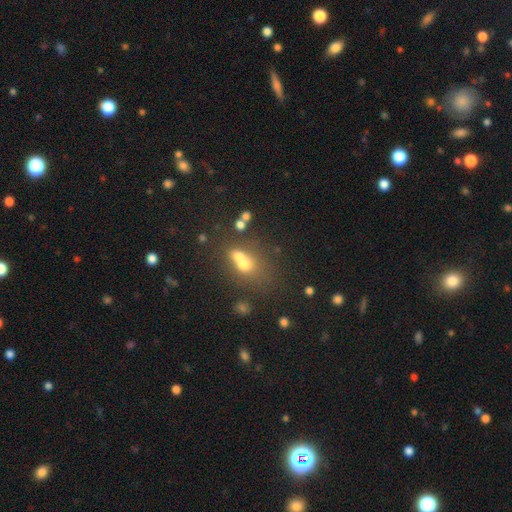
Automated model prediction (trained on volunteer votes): This appears to be a smooth galaxy with no disk features (57%) that is in between round and cigar-shaped (72%). Merging: none (68%).